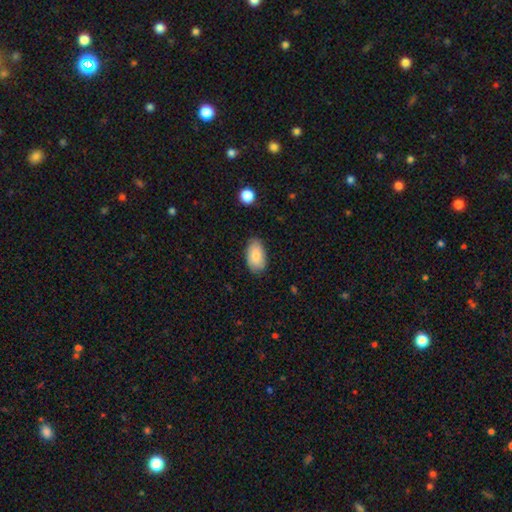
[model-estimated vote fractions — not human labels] A smooth galaxy with no disk features (80%) that is in between round and cigar-shaped (94%).

Vote fractions:
- Smooth or featured? smooth: 80% / featured or disk: 14% / star or artifact: 6%
- How rounded? in between: 94% / round: 5% / cigar-shaped: 2%
- Merging? none: 79% / minor disturbance: 17% / major disturbance: 3% / merger: 1%